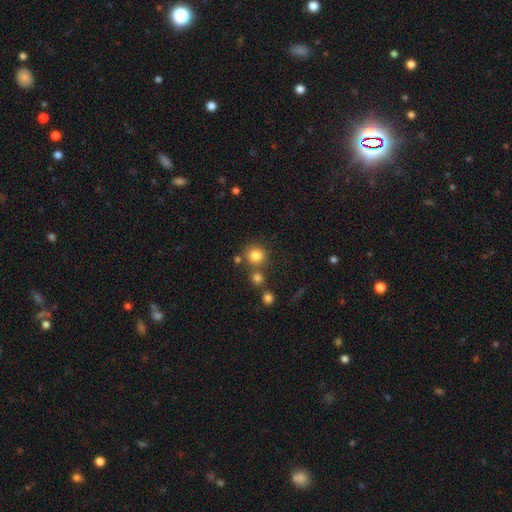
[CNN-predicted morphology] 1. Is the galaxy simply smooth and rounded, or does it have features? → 80% smooth, 13% star or artifact, 7% featured or disk.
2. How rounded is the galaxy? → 91% round, 8% in between, 1% cigar-shaped.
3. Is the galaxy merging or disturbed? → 73% none, 15% merger, 9% minor disturbance, 4% major disturbance.